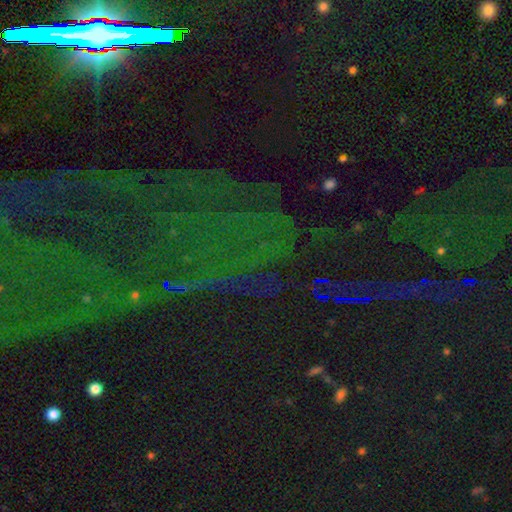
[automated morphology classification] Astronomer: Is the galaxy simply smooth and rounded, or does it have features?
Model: star or artifact — 84%.